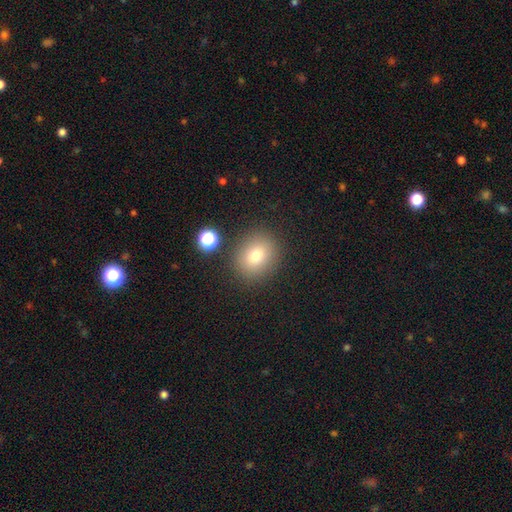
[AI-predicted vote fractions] smooth_or_featured: smooth (p=0.74) [alt: star or artifact p=0.14]
how_rounded: round (p=0.75) [alt: in between p=0.24]
merging: none (p=0.85) [alt: minor disturbance p=0.08]